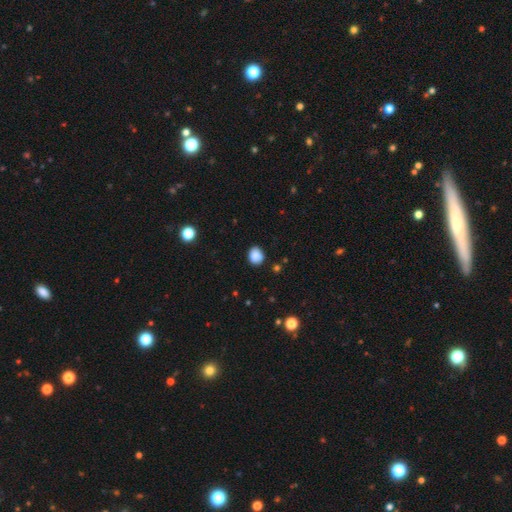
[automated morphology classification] Q: Smooth or featured?
A: smooth (87%); runner-up: star or artifact (10%)
Q: How rounded?
A: round (63%); runner-up: in between (36%)
Q: Merging?
A: none (84%); runner-up: minor disturbance (12%)